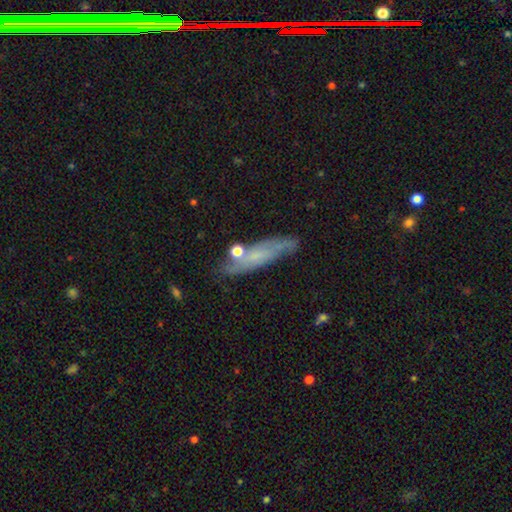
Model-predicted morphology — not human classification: Smooth or featured?
  - featured or disk: 48% *
  - smooth: 44%
  - star or artifact: 9%
Merging?
  - none: 67% *
  - minor disturbance: 20%
  - major disturbance: 6%
  - merger: 6%